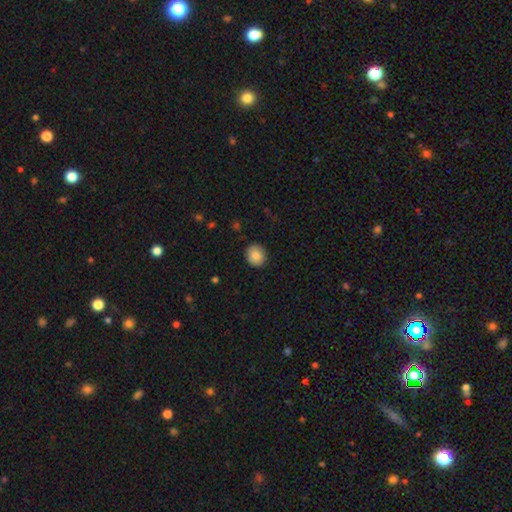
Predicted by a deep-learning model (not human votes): Smooth or featured?
  - smooth: 86% *
  - star or artifact: 8%
  - featured or disk: 6%
How rounded?
  - round: 77% *
  - in between: 22%
  - cigar-shaped: 1%
Merging?
  - none: 89% *
  - minor disturbance: 8%
  - major disturbance: 2%
  - merger: 1%